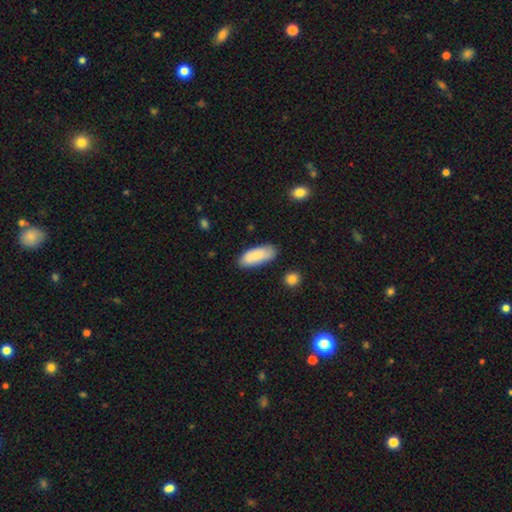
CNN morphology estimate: smooth-or-featured: smooth: 78% | featured or disk: 16% | star or artifact: 6%
  how-rounded: in between: 83% | cigar-shaped: 15% | round: 2%
  merging: none: 79% | minor disturbance: 16% | major disturbance: 3% | merger: 2%